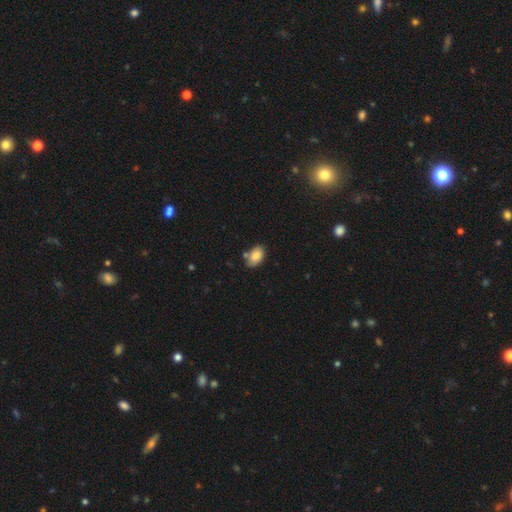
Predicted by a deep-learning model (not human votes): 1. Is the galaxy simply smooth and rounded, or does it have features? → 82% smooth, 10% featured or disk, 8% star or artifact.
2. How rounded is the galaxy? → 90% in between, 8% round, 1% cigar-shaped.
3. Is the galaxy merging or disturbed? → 69% none, 17% minor disturbance, 11% merger, 3% major disturbance.